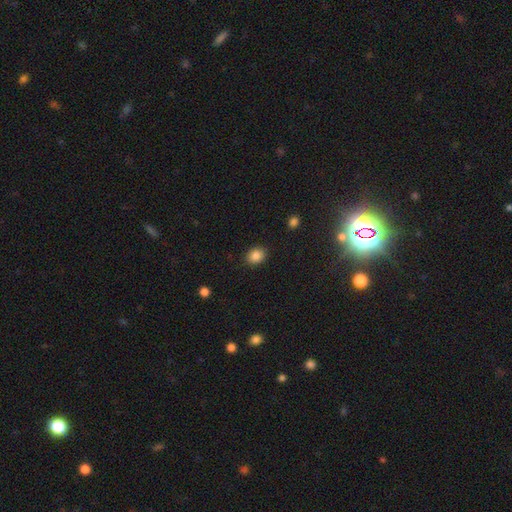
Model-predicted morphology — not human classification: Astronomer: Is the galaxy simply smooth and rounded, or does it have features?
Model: smooth — 86%.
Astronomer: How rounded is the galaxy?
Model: in between — 51% (runner-up: round, 48%).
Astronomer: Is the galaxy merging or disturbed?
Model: none — 87%.